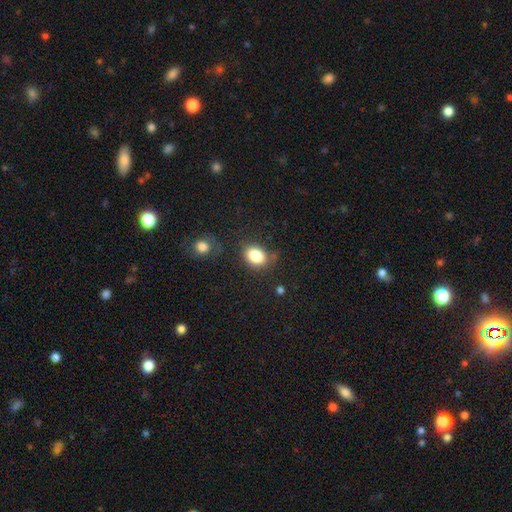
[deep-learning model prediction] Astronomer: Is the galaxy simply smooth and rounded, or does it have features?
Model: smooth — 84%.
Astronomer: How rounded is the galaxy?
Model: in between — 69%.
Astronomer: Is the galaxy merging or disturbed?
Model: none — 71%.